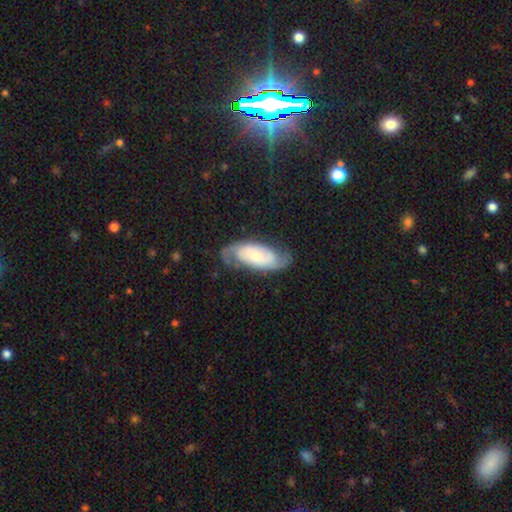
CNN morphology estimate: Smooth or featured? featured or disk (69%)
Edge-on disk? no (92%)
Bar? no (64%)
Spiral arms? yes (91%)
Spiral winding? medium (42%)
Spiral arm count? 2 (82%)
Bulge size? small (52%)
Merging? none (67%)